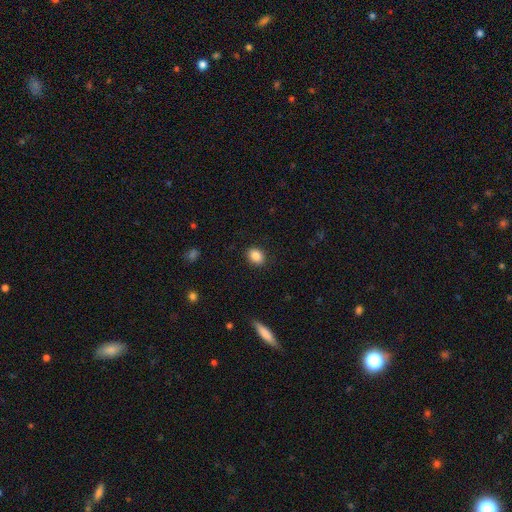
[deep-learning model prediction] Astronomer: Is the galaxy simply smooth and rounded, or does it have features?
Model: smooth — 87%.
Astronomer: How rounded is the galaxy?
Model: in between — 52% (runner-up: round, 47%).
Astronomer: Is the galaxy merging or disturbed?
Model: none — 89%.